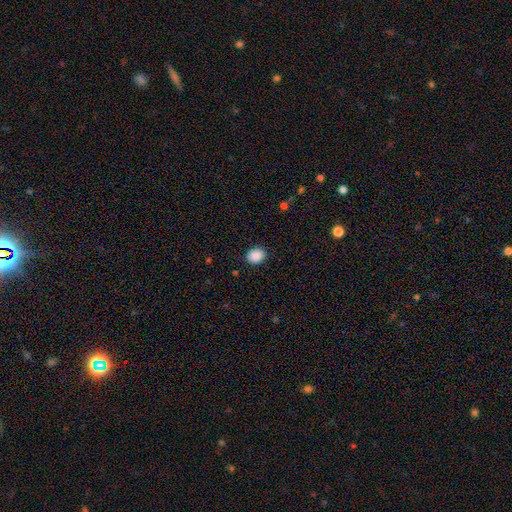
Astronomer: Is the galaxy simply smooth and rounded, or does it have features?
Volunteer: smooth — 95%.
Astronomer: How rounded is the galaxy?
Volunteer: round — 65%.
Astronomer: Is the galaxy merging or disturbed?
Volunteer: none — 95%.